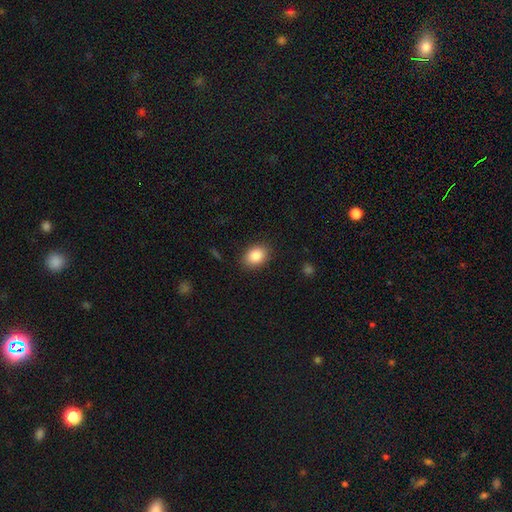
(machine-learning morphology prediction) smooth-or-featured: smooth: 86% | star or artifact: 8% | featured or disk: 6%
  how-rounded: in between: 68% | round: 31% | cigar-shaped: 1%
  merging: none: 87% | minor disturbance: 9% | major disturbance: 3% | merger: 1%